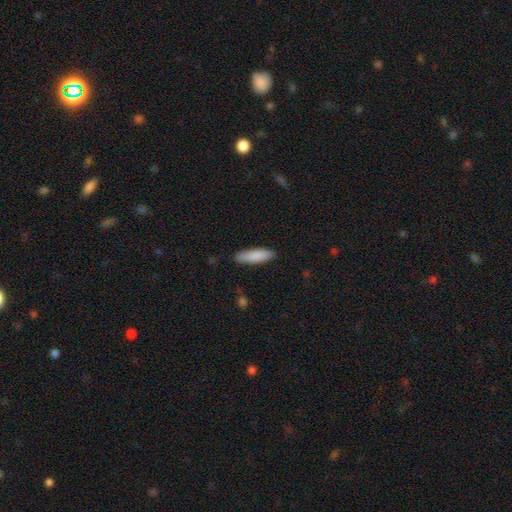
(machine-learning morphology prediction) Q: Smooth or featured?
A: smooth (86%); runner-up: featured or disk (8%)
Q: How rounded?
A: cigar-shaped (65%); runner-up: in between (33%)
Q: Merging?
A: none (87%); runner-up: minor disturbance (10%)